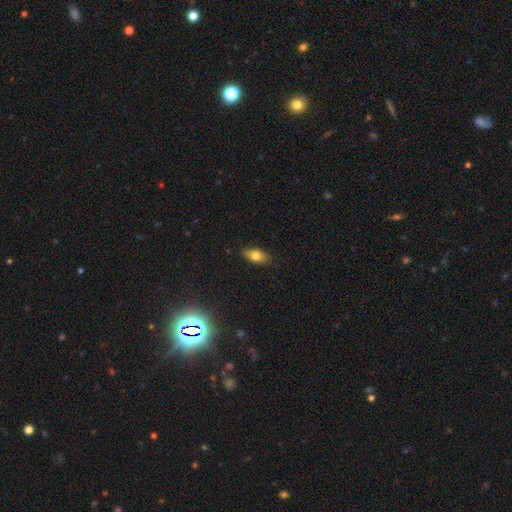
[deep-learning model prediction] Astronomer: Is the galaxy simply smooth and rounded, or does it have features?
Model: smooth — 75%.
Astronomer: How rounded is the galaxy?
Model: in between — 84%.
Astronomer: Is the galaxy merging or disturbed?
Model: none — 86%.